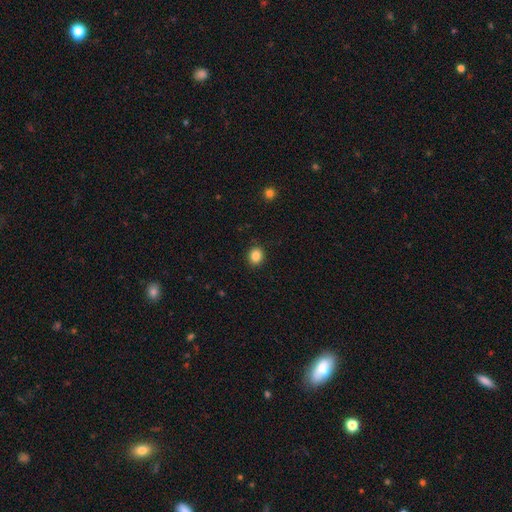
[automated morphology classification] type=smooth (86%); roundness=round (71%); merging=none (91%).